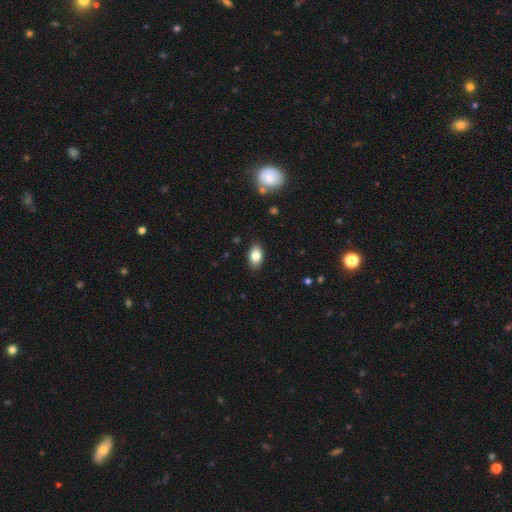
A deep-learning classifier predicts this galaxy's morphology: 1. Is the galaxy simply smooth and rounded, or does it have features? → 82% smooth, 10% featured or disk, 8% star or artifact.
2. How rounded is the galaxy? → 90% in between, 8% round, 2% cigar-shaped.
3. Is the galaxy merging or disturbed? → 88% none, 9% minor disturbance, 2% major disturbance, 1% merger.